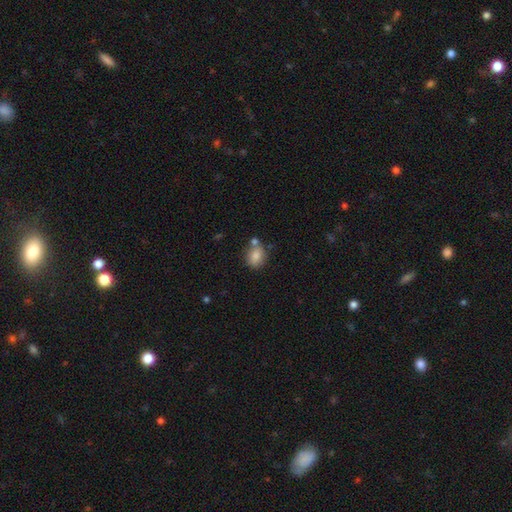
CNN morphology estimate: smooth 83%, star or artifact 9%, featured or disk 9%. Down the decision tree: how rounded — in between (51%); merging — none (64%).